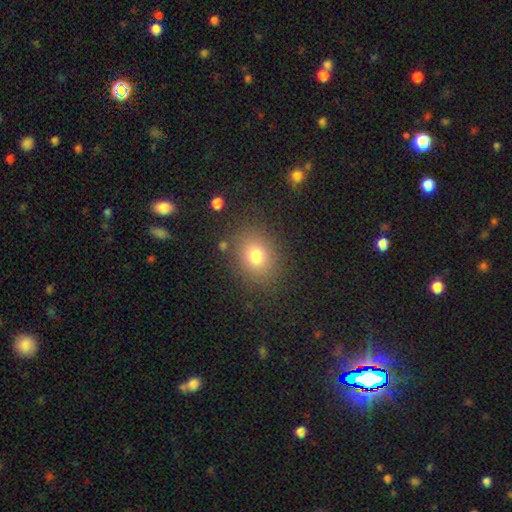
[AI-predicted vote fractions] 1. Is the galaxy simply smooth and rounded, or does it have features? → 76% smooth, 13% star or artifact, 11% featured or disk.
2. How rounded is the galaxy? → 51% round, 48% in between, 1% cigar-shaped.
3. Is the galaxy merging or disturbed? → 82% none, 11% minor disturbance, 5% major disturbance, 2% merger.